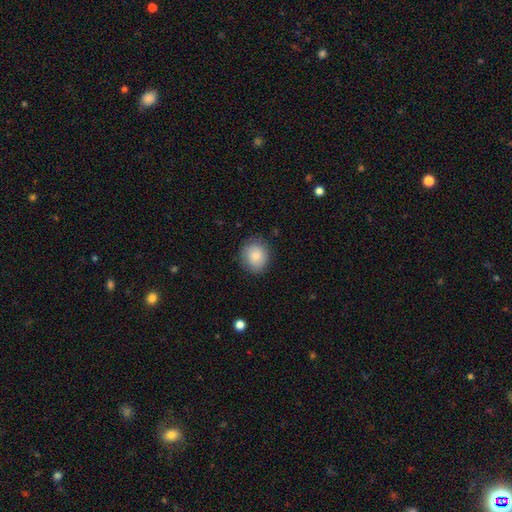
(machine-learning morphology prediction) smooth_or_featured: smooth (p=0.83) [alt: featured or disk p=0.10]
how_rounded: round (p=0.71) [alt: in between p=0.28]
merging: none (p=0.83) [alt: minor disturbance p=0.12]